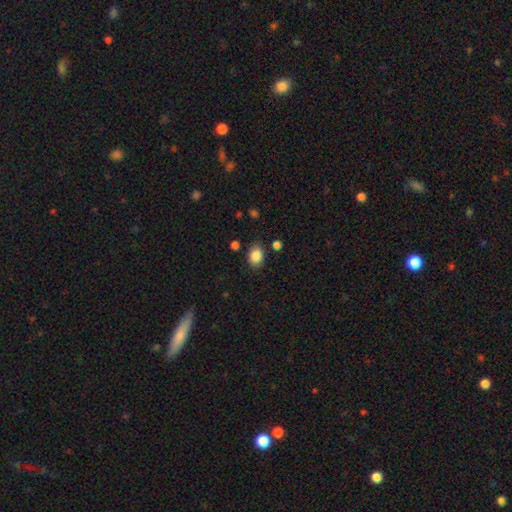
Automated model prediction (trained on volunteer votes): Overall: smooth (86%). How rounded: in between (70%). Merging: none (80%).